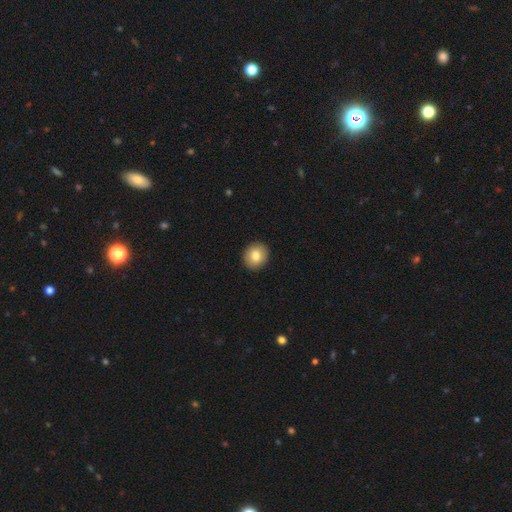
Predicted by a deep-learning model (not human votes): Smooth or featured: smooth — 81% (featured or disk — 11%)
How rounded: round — 80% (in between — 19%)
Merging: none — 92% (minor disturbance — 5%)